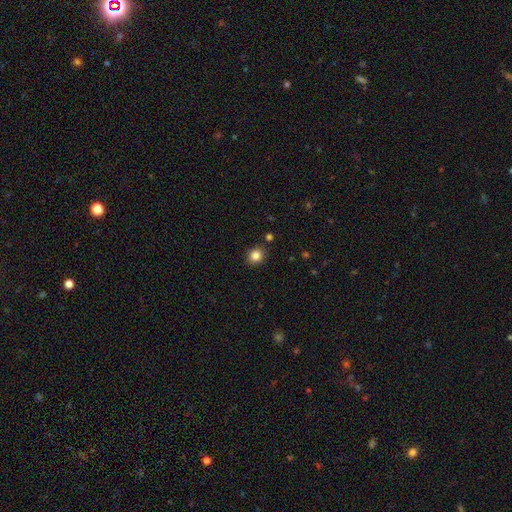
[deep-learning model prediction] Smooth or featured: smooth — 84% (star or artifact — 11%)
How rounded: round — 74% (in between — 25%)
Merging: none — 88% (minor disturbance — 8%)